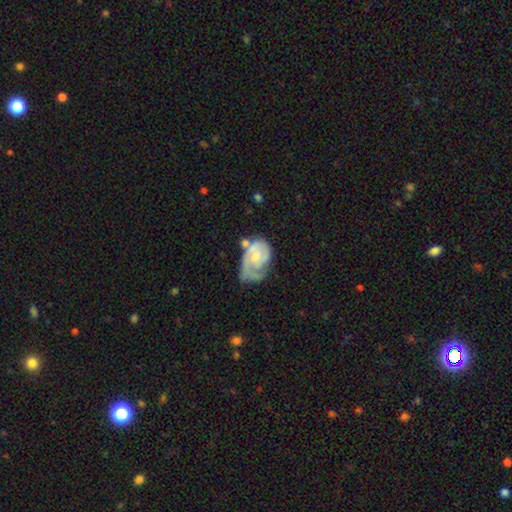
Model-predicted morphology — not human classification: This is likely a featured or disk galaxy (74%). It is clearly not viewed edge-on (98%). Bar: likely no (70%). Spiral arm pattern: clearly yes (88%). Spiral arm count: marginally 2 (38%). Spiral winding: possibly tight (47%). Central bulge: possibly small (53%). Merging: marginally none (30%).